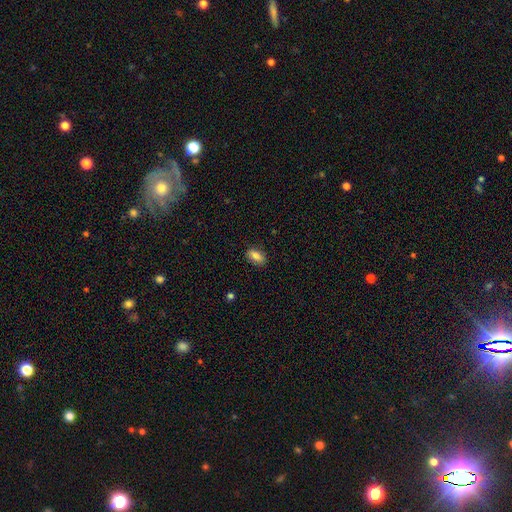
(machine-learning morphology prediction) smooth_or_featured: smooth (p=0.84) [alt: star or artifact p=0.08]
how_rounded: in between (p=0.86) [alt: cigar-shaped p=0.09]
merging: none (p=0.85) [alt: minor disturbance p=0.11]